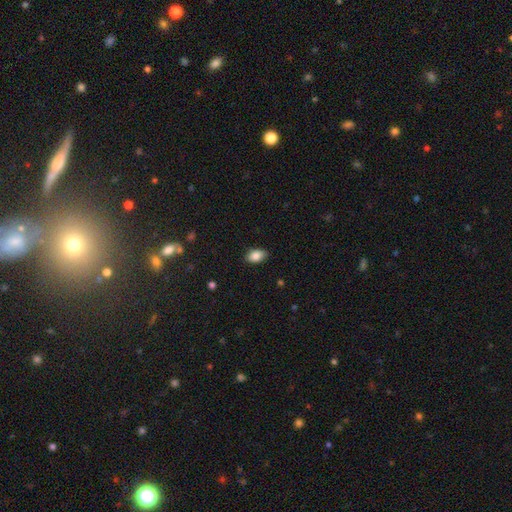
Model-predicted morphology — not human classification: A smooth galaxy with no disk features (87%) that is in between round and cigar-shaped (88%).

Vote fractions:
- Smooth or featured? smooth: 87% / star or artifact: 8% / featured or disk: 5%
- How rounded? in between: 88% / round: 10% / cigar-shaped: 2%
- Merging? none: 84% / minor disturbance: 13% / major disturbance: 2% / merger: 1%